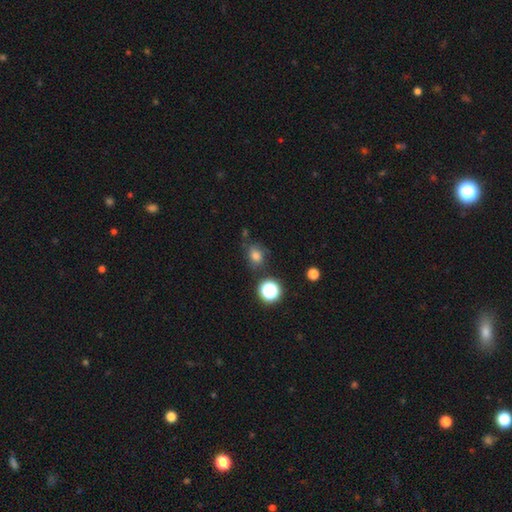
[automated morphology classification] smooth_or_featured: smooth (p=0.71) [alt: star or artifact p=0.18]
how_rounded: round (p=0.55) [alt: in between p=0.43]
merging: none (p=0.63) [alt: minor disturbance p=0.22]